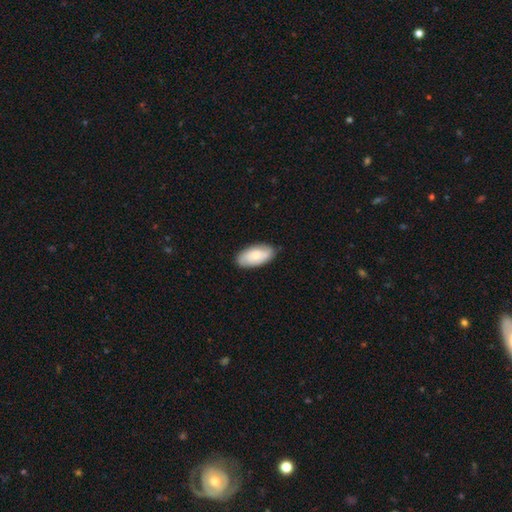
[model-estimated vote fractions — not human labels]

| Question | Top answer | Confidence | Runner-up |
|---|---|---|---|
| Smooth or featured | smooth | 65% | featured or disk (29%) |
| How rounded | in between | 94% | cigar-shaped (4%) |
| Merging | none | 84% | minor disturbance (13%) |